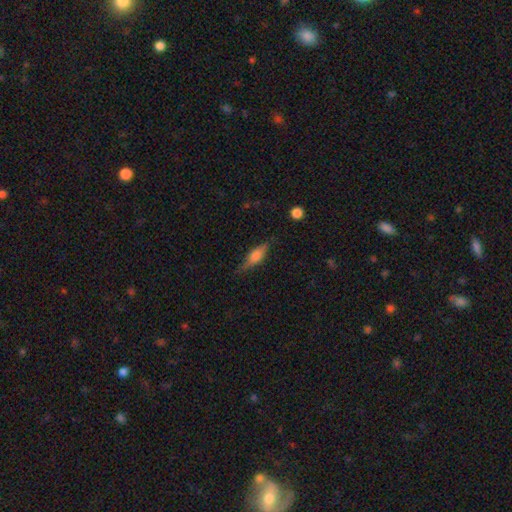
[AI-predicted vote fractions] Q: Smooth or featured?
A: featured or disk (50%); runner-up: smooth (41%)
Q: Edge-on disk?
A: yes (93%); runner-up: no (7%)
Q: Merging?
A: none (75%); runner-up: minor disturbance (18%)